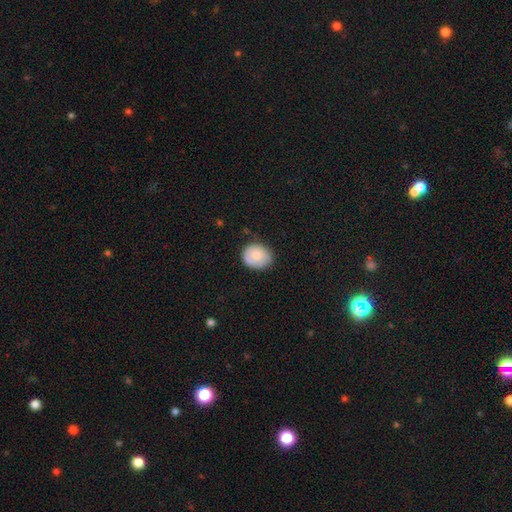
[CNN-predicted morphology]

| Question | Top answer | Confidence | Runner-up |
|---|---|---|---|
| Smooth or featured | smooth | 73% | featured or disk (20%) |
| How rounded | round | 65% | in between (34%) |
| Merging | none | 71% | minor disturbance (23%) |